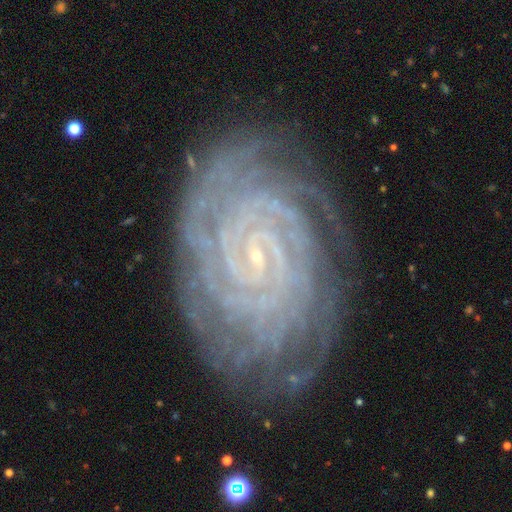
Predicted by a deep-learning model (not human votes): Smooth or featured: featured or disk — 91% (star or artifact — 6%)
Edge-on disk: no — 98% (yes — 2%)
Bar: no — 54% (weak — 29%)
Spiral arms: yes — 99% (no — 1%)
Spiral winding: tight — 90% (medium — 8%)
Spiral arm count: 2 — 22% (more than 4 — 20%)
Bulge size: small — 88% (moderate — 6%)
Merging: none — 81% (minor disturbance — 14%)